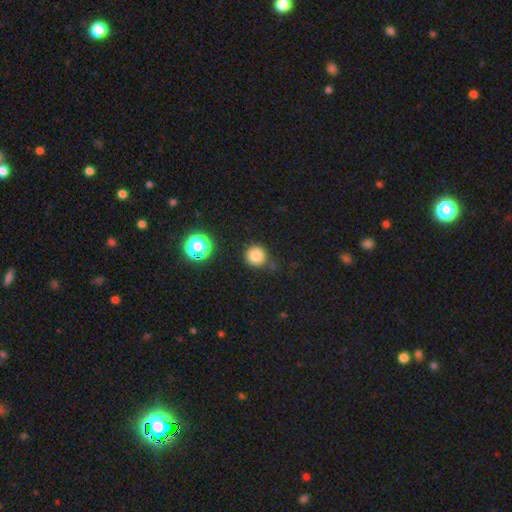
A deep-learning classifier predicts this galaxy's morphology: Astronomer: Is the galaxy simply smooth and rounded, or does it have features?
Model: smooth — 81%.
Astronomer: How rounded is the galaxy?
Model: round — 94%.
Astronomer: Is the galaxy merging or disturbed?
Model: none — 78%.